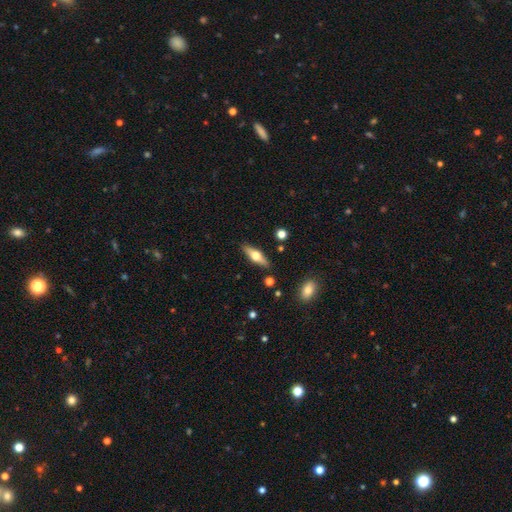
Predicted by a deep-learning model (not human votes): A featured or disk galaxy (51%) viewed edge-on (91%). Merging: none (87%).